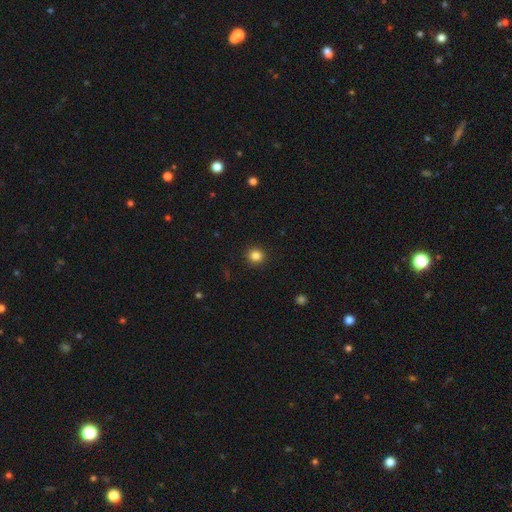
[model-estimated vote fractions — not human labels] Smooth or featured? Predicted: smooth (p=0.85). How rounded? Predicted: round (p=0.85). Merging? Predicted: none (p=0.91).